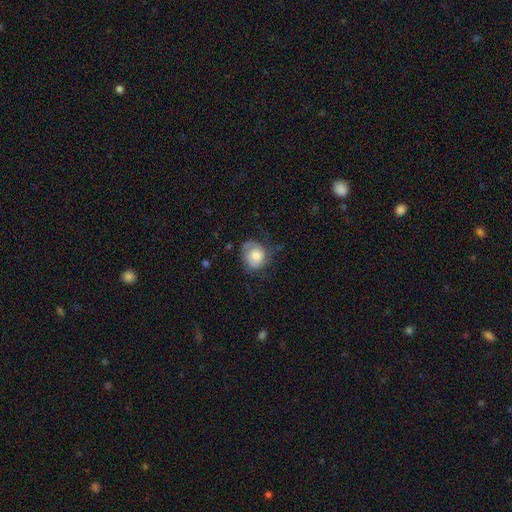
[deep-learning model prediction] smooth-or-featured: smooth: 55% | featured or disk: 37% | star or artifact: 8%
  how-rounded: round: 73% | in between: 26% | cigar-shaped: 1%
  merging: none: 53% | minor disturbance: 27% | major disturbance: 18% | merger: 2%